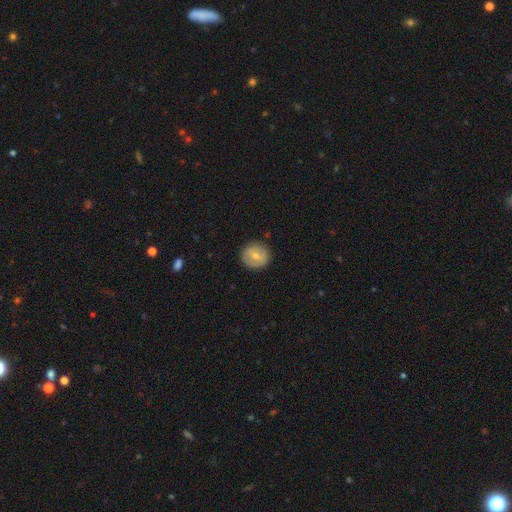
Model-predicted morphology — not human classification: This appears to be a smooth galaxy with no disk features (54%) that is round (89%). Merging: none (87%).